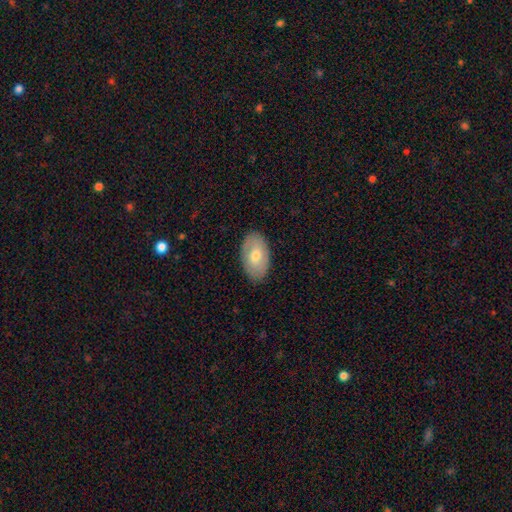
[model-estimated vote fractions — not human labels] Morphology: type=smooth (66%); roundness=in between (92%); merging=none (86%).